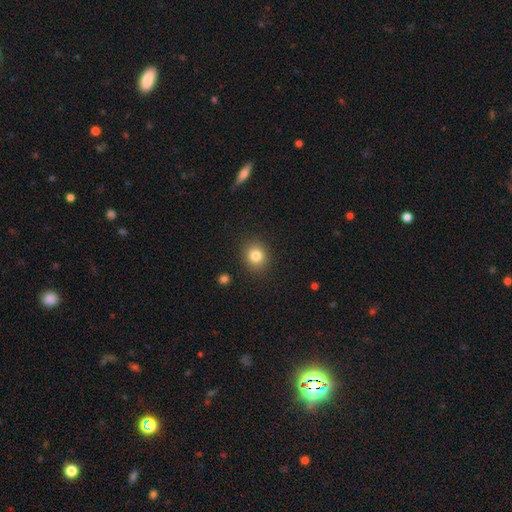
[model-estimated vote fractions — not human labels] smooth-or-featured: smooth: 82% | star or artifact: 11% | featured or disk: 7%
  how-rounded: round: 77% | in between: 22% | cigar-shaped: 1%
  merging: none: 89% | minor disturbance: 7% | major disturbance: 2% | merger: 1%